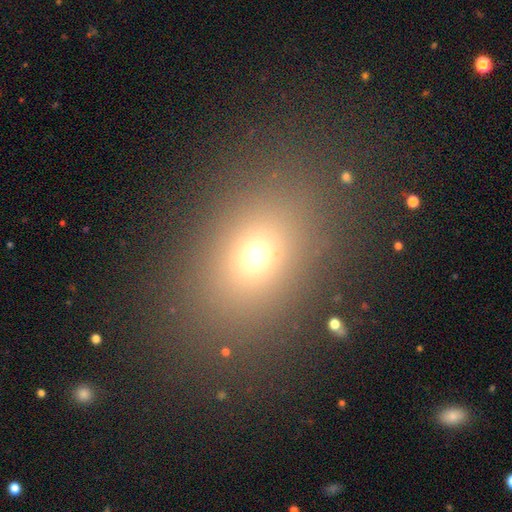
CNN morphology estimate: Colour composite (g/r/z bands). It shows a smooth galaxy with no disk features (66%) that is in between round and cigar-shaped (60%). Merging: none (82%).